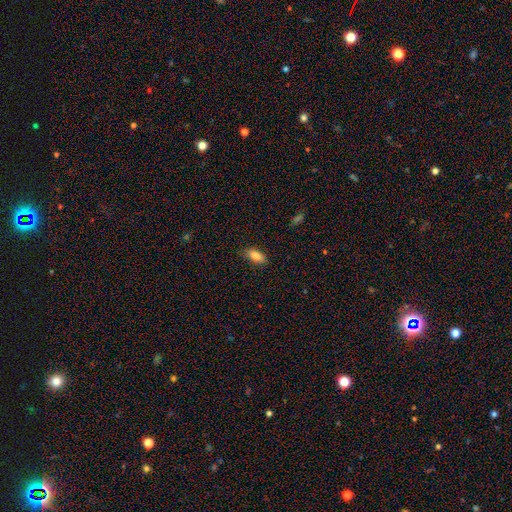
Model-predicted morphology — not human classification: A smooth galaxy with no disk features (84%) that is in between round and cigar-shaped (88%).

Vote fractions:
- Smooth or featured? smooth: 84% / featured or disk: 8% / star or artifact: 8%
- How rounded? in between: 88% / cigar-shaped: 9% / round: 3%
- Merging? none: 85% / minor disturbance: 12% / major disturbance: 2% / merger: 1%